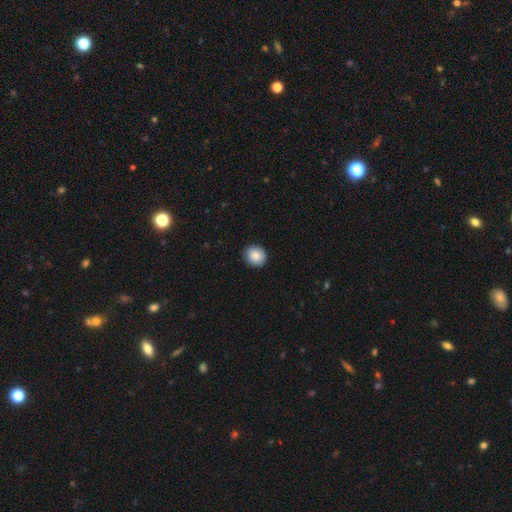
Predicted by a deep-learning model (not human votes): Smooth or featured: smooth — 88% (star or artifact — 7%)
How rounded: round — 80% (in between — 19%)
Merging: none — 90% (minor disturbance — 8%)